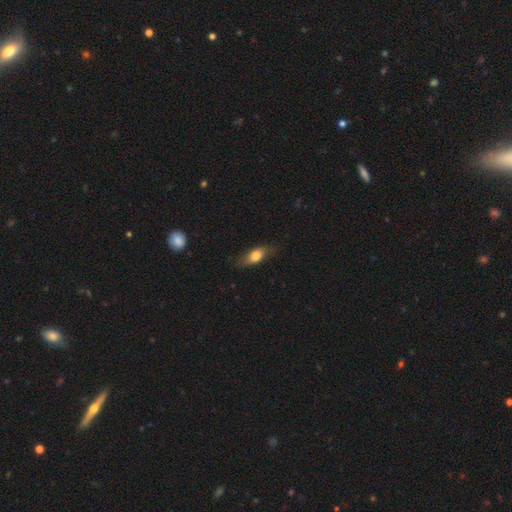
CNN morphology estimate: smooth-or-featured: smooth: 72% | featured or disk: 20% | star or artifact: 7%
  how-rounded: in between: 77% | cigar-shaped: 17% | round: 6%
  merging: none: 73% | minor disturbance: 20% | major disturbance: 5% | merger: 1%